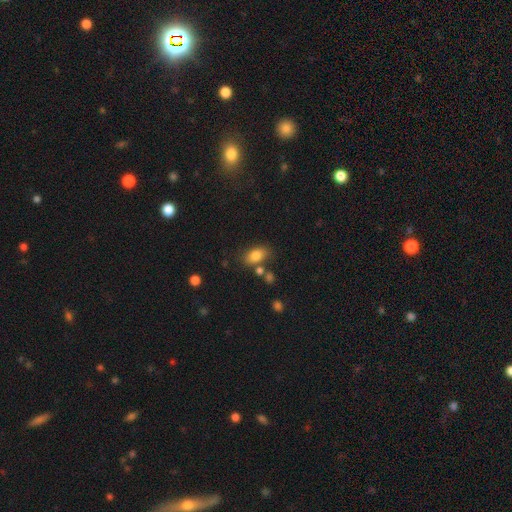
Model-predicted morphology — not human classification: Overall: smooth (81%). How rounded: in between (87%). Merging: none (70%).